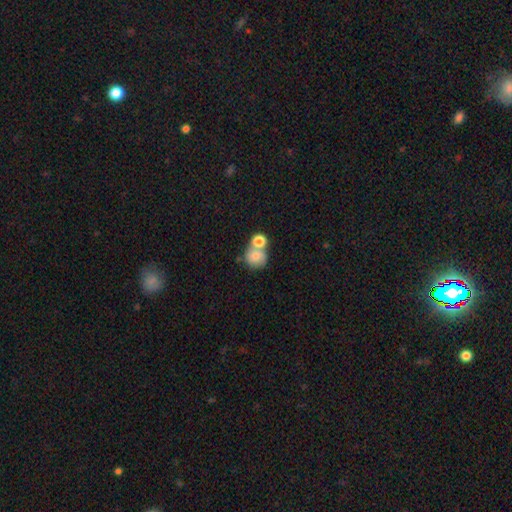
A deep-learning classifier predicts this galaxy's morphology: This is likely a smooth galaxy (73%). How rounded: likely round (79%). Merging: possibly merger (52%).